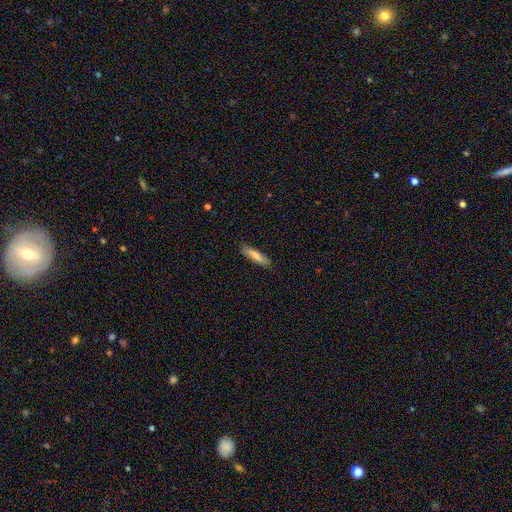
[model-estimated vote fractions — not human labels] A smooth galaxy with no disk features (76%) that is cigar-shaped (82%). Merging: none (84%).